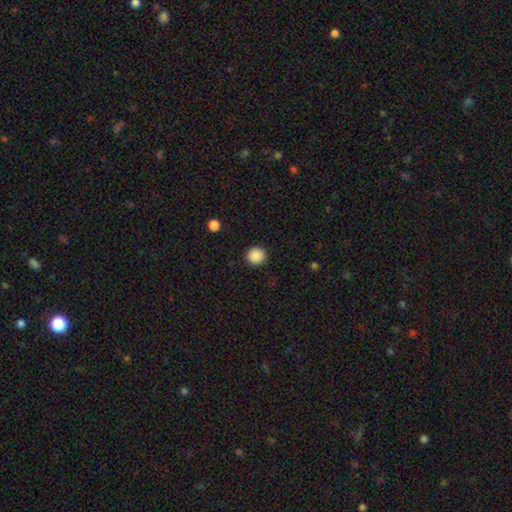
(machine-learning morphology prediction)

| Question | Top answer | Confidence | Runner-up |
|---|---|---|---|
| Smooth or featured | smooth | 89% | star or artifact (9%) |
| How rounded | round | 92% | in between (7%) |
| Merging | none | 92% | minor disturbance (5%) |